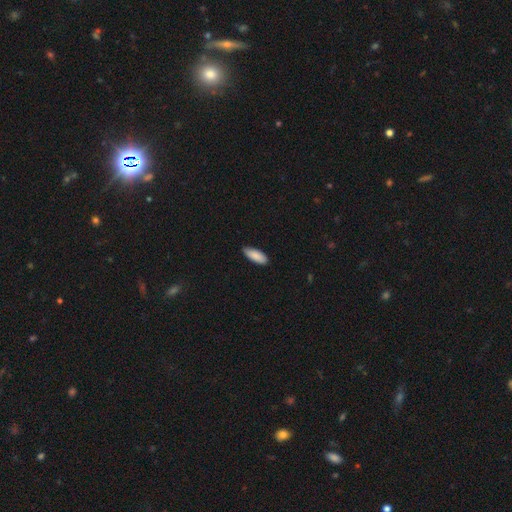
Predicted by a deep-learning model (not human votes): smooth 89%, featured or disk 6%, star or artifact 6%. Down the decision tree: how rounded — in between (75%); merging — none (84%).